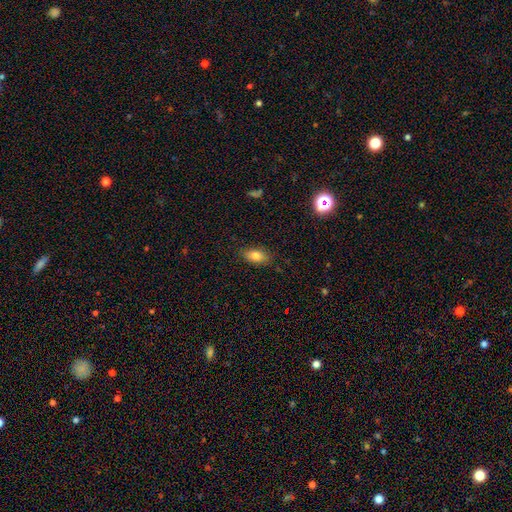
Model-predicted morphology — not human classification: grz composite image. It shows a smooth galaxy with no disk features (80%) that is in between round and cigar-shaped (87%). Merging: none (85%).